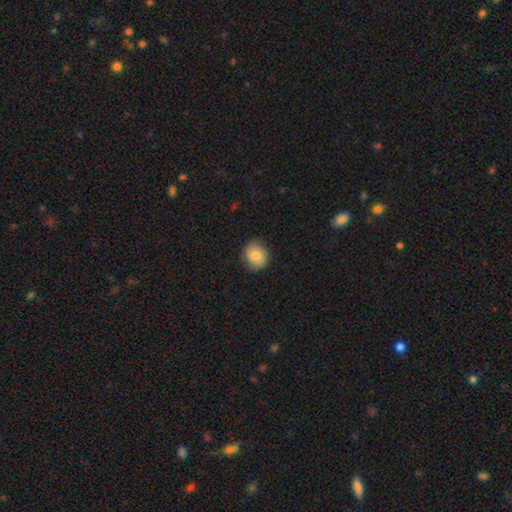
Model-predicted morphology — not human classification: This is likely a smooth galaxy (79%). How rounded: likely round (77%). Merging: clearly none (83%).